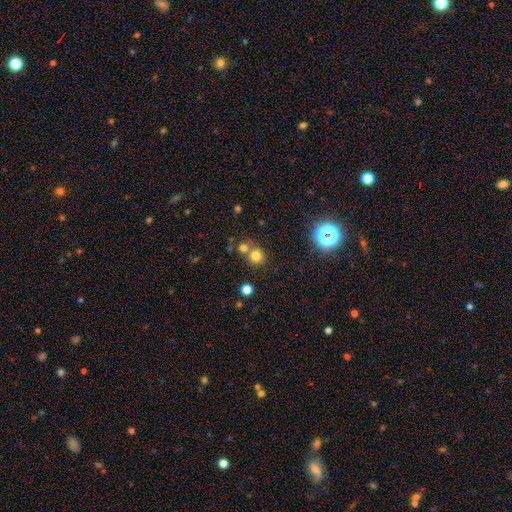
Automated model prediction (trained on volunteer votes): Smooth or featured? Predicted: smooth (p=0.74). How rounded? Predicted: round (p=0.90). Merging? Predicted: none (p=0.62).